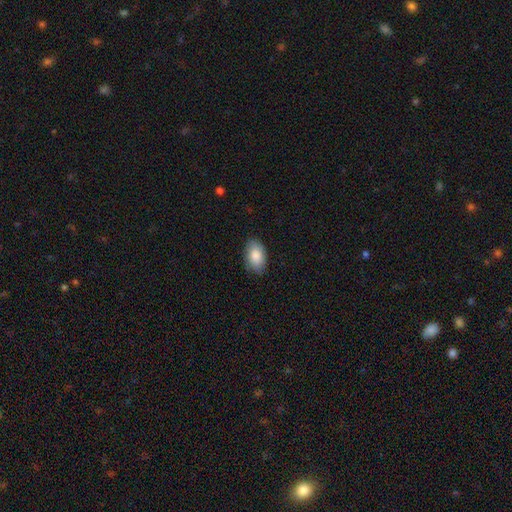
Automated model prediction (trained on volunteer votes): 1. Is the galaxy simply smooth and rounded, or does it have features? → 86% smooth, 8% featured or disk, 6% star or artifact.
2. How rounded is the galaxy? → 92% in between, 7% round, 1% cigar-shaped.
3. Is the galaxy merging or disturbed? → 82% none, 15% minor disturbance, 3% major disturbance, 1% merger.